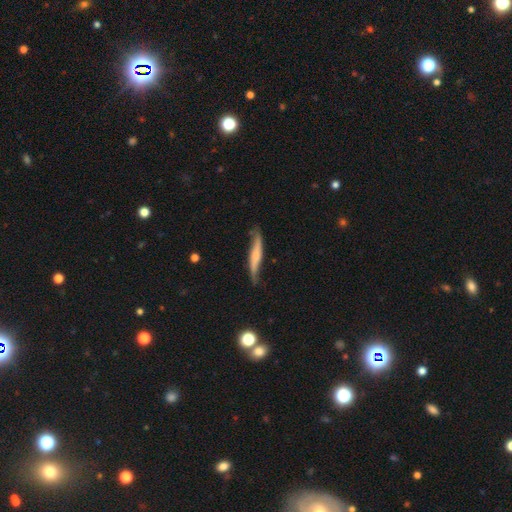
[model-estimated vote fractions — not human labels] Overall: featured or disk (51%; smooth 43%). Edge-on disk: yes (68%; no 32%). Merging: none (63%; minor disturbance 28%).